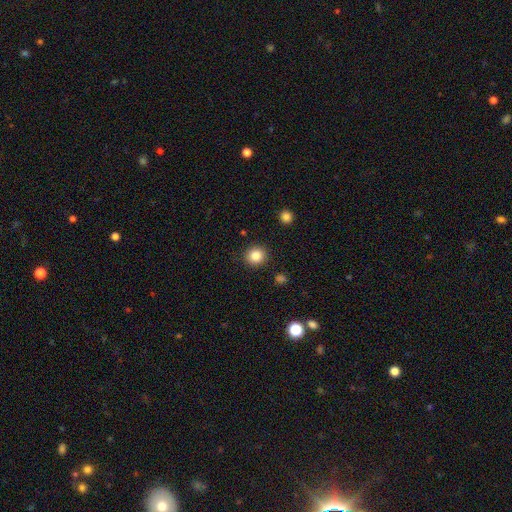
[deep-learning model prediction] A smooth galaxy with no disk features (85%) that is round (90%).

Vote fractions:
- Smooth or featured? smooth: 85% / star or artifact: 10% / featured or disk: 5%
- How rounded? round: 90% / in between: 9% / cigar-shaped: 1%
- Merging? none: 90% / minor disturbance: 6% / major disturbance: 2% / merger: 2%